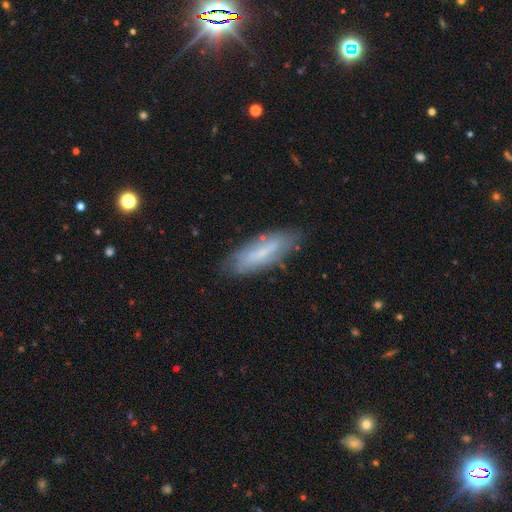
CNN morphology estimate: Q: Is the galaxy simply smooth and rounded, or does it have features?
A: smooth — 50%.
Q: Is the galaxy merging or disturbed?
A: none — 78%.